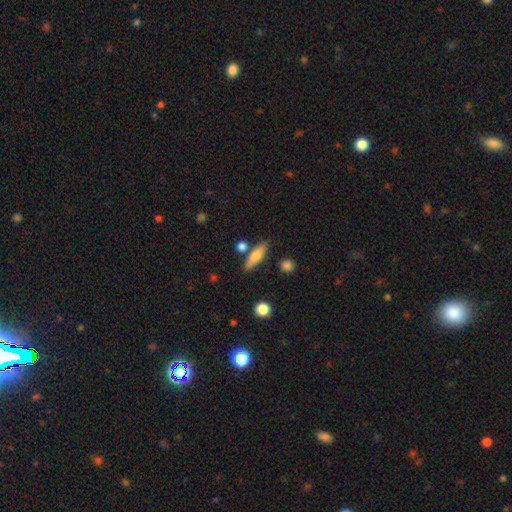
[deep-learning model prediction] A smooth galaxy with no disk features (63%) that is cigar-shaped (61%). Merging: none (77%).